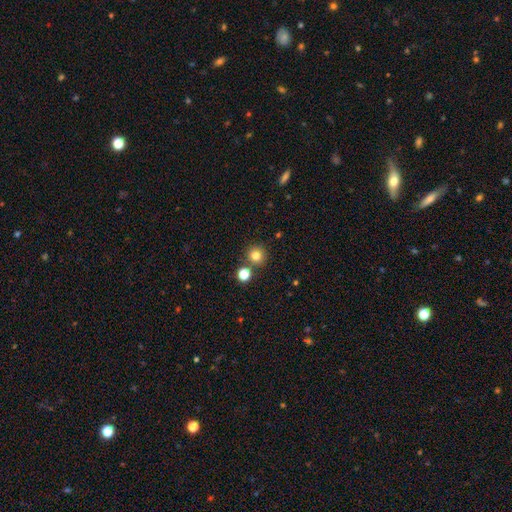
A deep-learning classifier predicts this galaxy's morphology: The model was most divided on "smooth or featured": smooth: 79%, star or artifact: 15%, featured or disk: 6%. More confident: how rounded — round (94%); merging — none (81%).